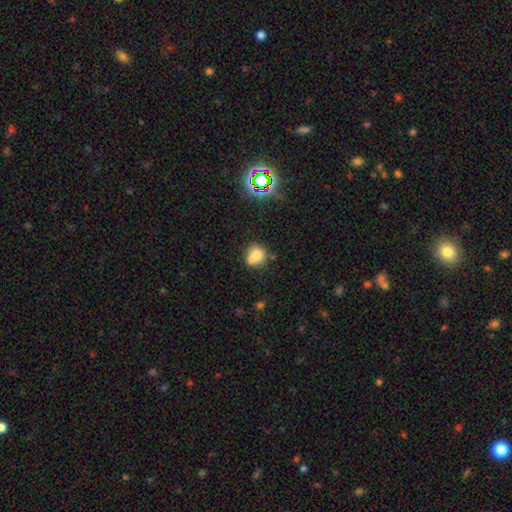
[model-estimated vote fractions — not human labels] smooth-or-featured: smooth: 75% | star or artifact: 13% | featured or disk: 12%
  how-rounded: round: 75% | in between: 23% | cigar-shaped: 1%
  merging: none: 52% | merger: 23% | minor disturbance: 19% | major disturbance: 6%